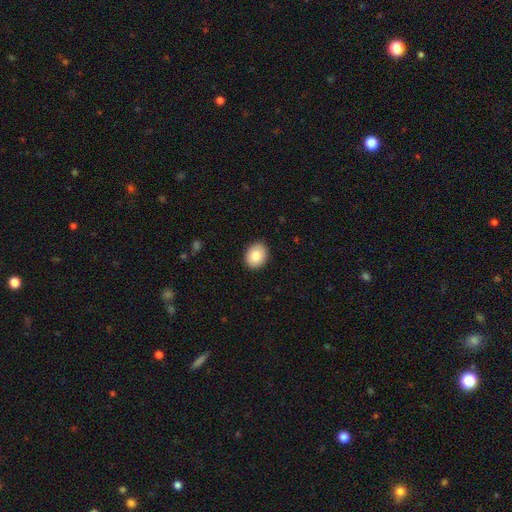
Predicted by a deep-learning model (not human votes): Smooth or featured? smooth (82%)
How rounded? round (59%)
Merging? none (91%)